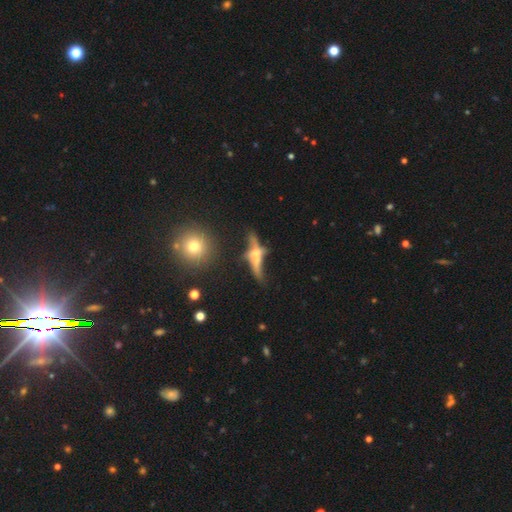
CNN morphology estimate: Smooth or featured: featured or disk — 62% (smooth — 26%)
Edge-on disk: yes — 76% (no — 24%)
Merging: none — 42% (merger — 20%)